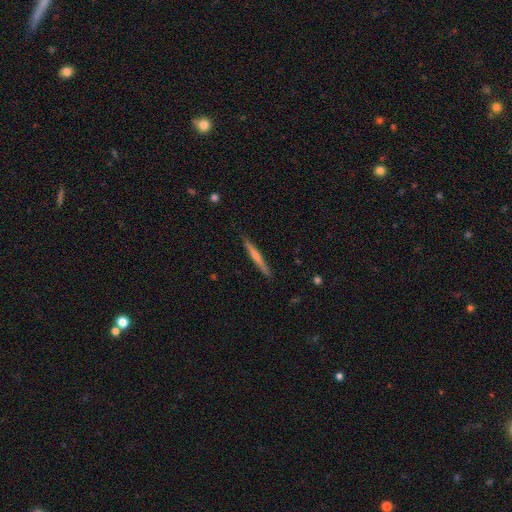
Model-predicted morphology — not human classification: Smooth or featured?
  - featured or disk: 64% *
  - smooth: 29%
  - star or artifact: 7%
Edge-on disk?
  - yes: 98% *
  - no: 2%
Edge-on bulge?
  - rounded: 69% *
  - none: 25%
  - boxy: 6%
Merging?
  - none: 91% *
  - minor disturbance: 7%
  - major disturbance: 1%
  - merger: 1%